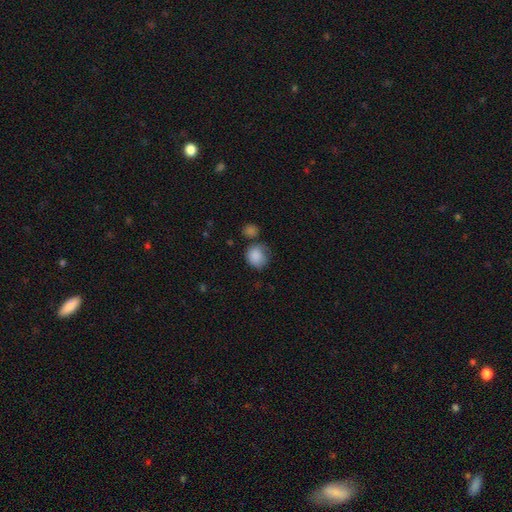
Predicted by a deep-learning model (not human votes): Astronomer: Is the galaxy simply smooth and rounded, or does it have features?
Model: smooth — 86%.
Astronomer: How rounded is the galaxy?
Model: round — 77%.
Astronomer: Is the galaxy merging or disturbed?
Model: none — 53%.